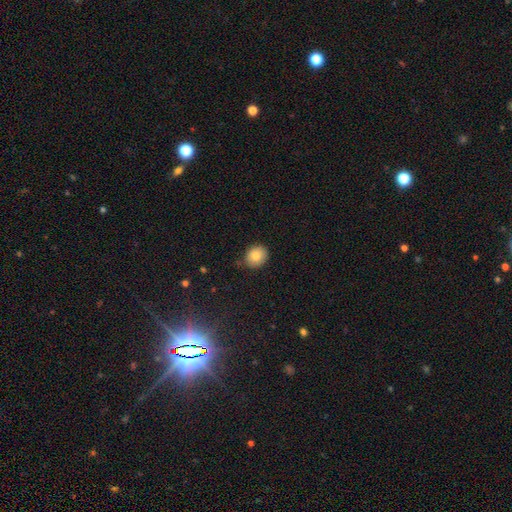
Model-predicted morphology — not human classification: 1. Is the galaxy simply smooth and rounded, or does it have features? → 83% smooth, 9% star or artifact, 8% featured or disk.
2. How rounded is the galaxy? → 73% round, 26% in between, 1% cigar-shaped.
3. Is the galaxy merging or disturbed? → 81% none, 15% minor disturbance, 2% major disturbance, 2% merger.